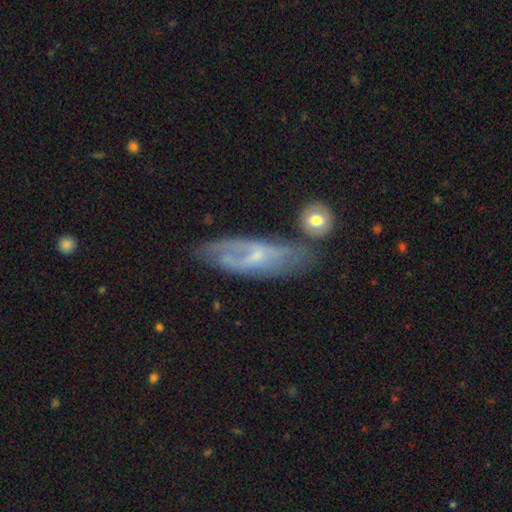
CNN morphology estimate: This is likely a featured or disk galaxy (69%). It is likely not viewed edge-on (79%). Bar: possibly weak (45%). Spiral arm pattern: likely yes (73%). Central bulge: likely small (64%). Merging: possibly none (58%).